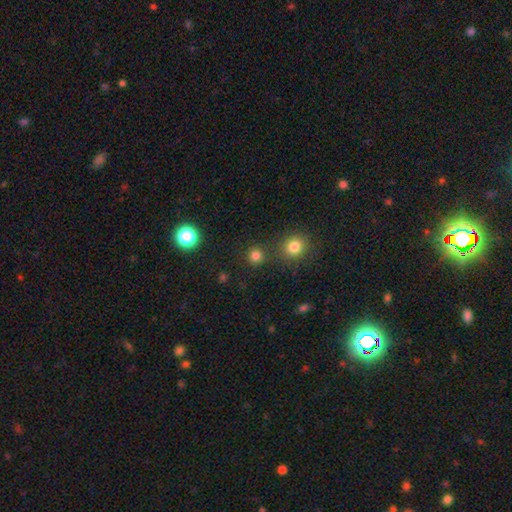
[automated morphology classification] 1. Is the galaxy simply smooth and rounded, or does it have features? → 79% smooth, 17% star or artifact, 4% featured or disk.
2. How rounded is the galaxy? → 93% round, 6% in between, 1% cigar-shaped.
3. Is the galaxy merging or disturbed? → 84% none, 7% merger, 6% minor disturbance, 3% major disturbance.